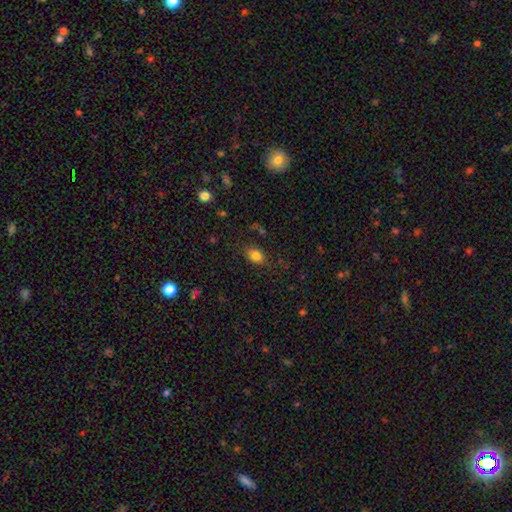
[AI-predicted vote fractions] Smooth or featured?
  - smooth: 82% *
  - star or artifact: 11%
  - featured or disk: 7%
How rounded?
  - in between: 74% *
  - round: 24%
  - cigar-shaped: 1%
Merging?
  - none: 78% *
  - minor disturbance: 15%
  - major disturbance: 5%
  - merger: 2%